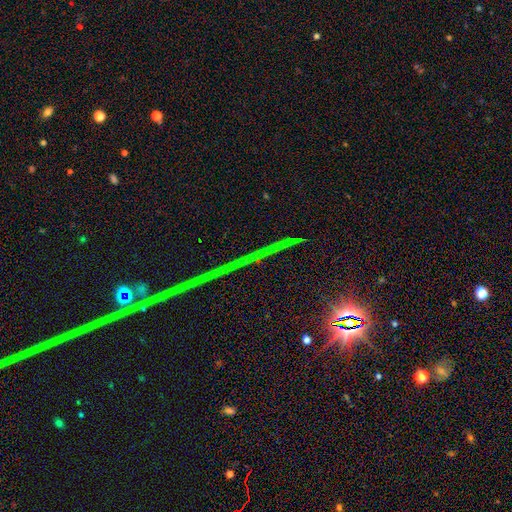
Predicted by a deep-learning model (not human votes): A star or artifact, not a galaxy (86%).

Vote fractions:
- Smooth or featured? star or artifact: 86% / featured or disk: 8% / smooth: 6%